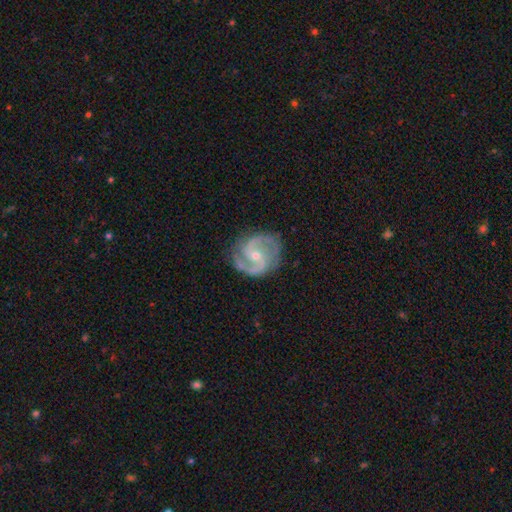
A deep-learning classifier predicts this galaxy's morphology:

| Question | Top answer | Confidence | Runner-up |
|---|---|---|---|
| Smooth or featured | featured or disk | 91% | star or artifact (5%) |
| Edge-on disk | no | 98% | yes (2%) |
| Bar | no | 47% | weak (40%) |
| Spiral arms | yes | 98% | no (2%) |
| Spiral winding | medium | 58% | tight (28%) |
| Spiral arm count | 2 | 86% | 3 (7%) |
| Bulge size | small | 55% | moderate (42%) |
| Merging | none | 80% | minor disturbance (15%) |